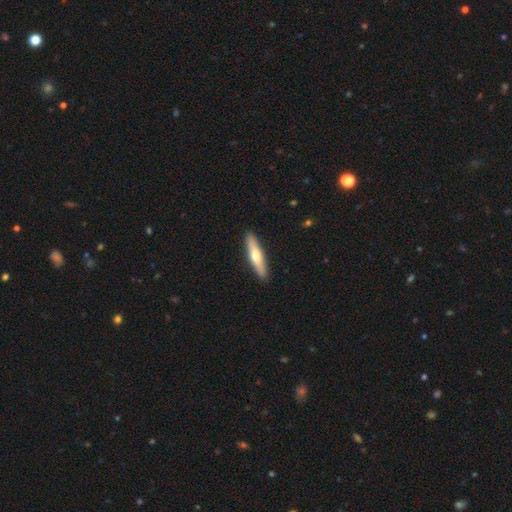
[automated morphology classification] smooth 51%, featured or disk 44%, star or artifact 5%. Down the decision tree: how rounded — cigar-shaped (83%); merging — none (91%).